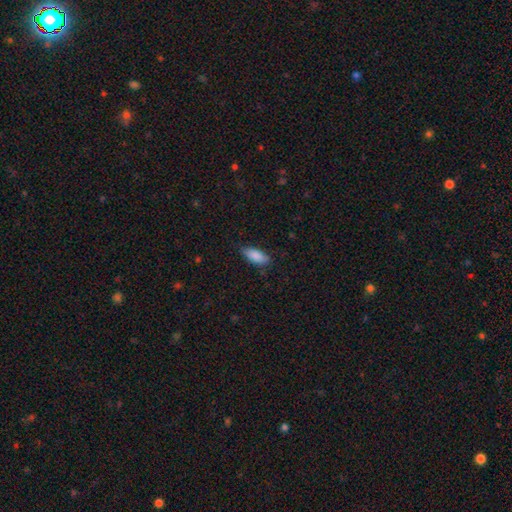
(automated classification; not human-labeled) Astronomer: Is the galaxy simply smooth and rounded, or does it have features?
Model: smooth — 88%.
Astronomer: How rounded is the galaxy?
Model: in between — 80%.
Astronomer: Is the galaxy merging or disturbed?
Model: none — 79%.